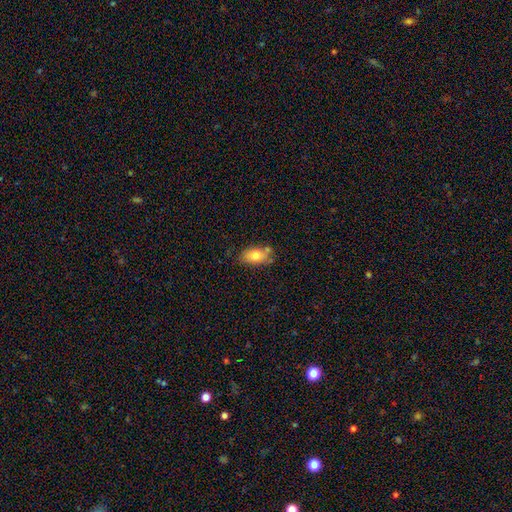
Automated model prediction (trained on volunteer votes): Smooth or featured? smooth (75%)
How rounded? in between (87%)
Merging? none (61%)